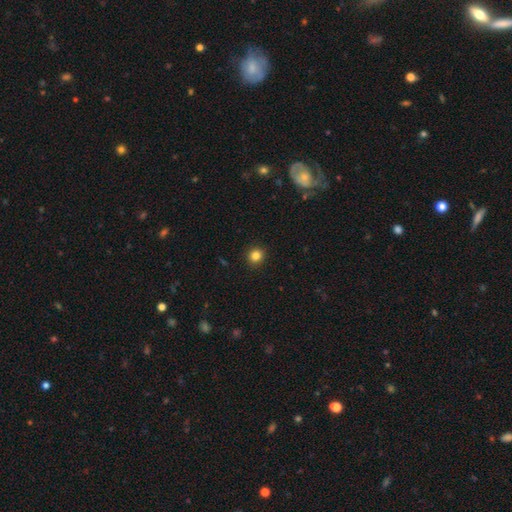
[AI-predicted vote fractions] Smooth or featured?
  - smooth: 83% *
  - star or artifact: 12%
  - featured or disk: 5%
How rounded?
  - round: 89% *
  - in between: 10%
  - cigar-shaped: 1%
Merging?
  - none: 92% *
  - minor disturbance: 6%
  - major disturbance: 2%
  - merger: 1%